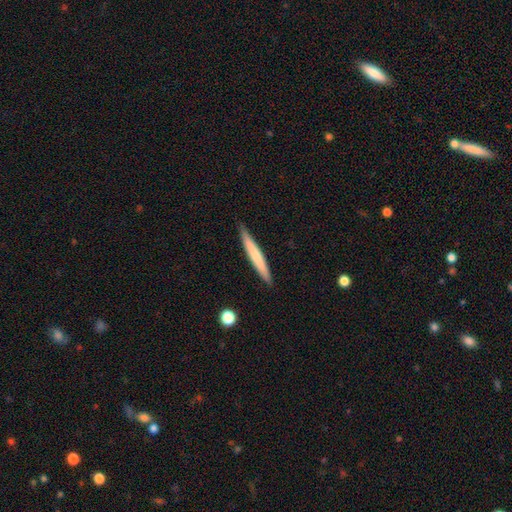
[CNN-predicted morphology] Overall: smooth (63%; featured or disk 31%). How rounded: cigar-shaped (96%). Merging: none (89%).